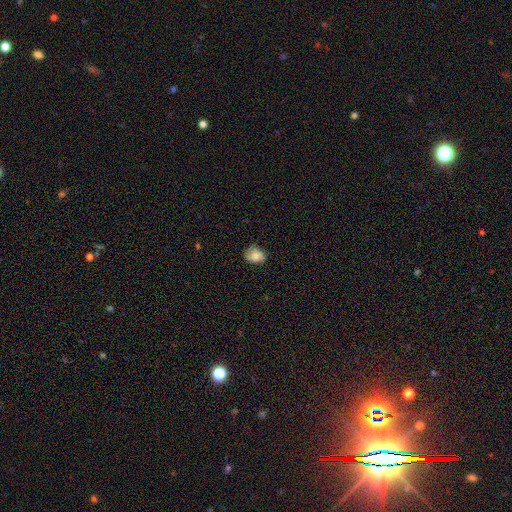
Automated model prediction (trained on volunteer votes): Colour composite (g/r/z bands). It shows a smooth galaxy with no disk features (79%) that is in between round and cigar-shaped (56%). Merging: none (63%).